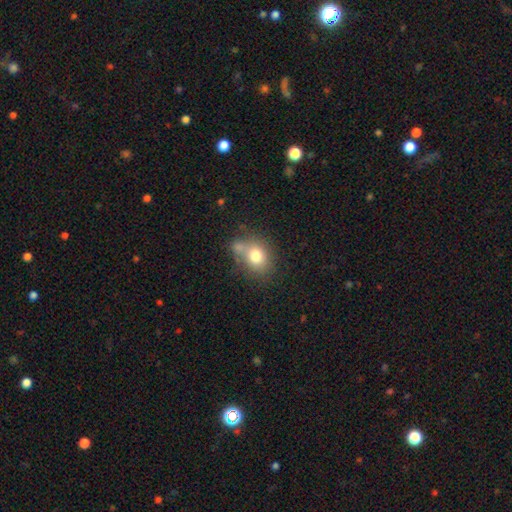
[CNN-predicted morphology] The model was most divided on "how rounded": in between: 55%, round: 44%, cigar-shaped: 1%. Remaining: smooth or featured — smooth (76%); merging — none (49%).